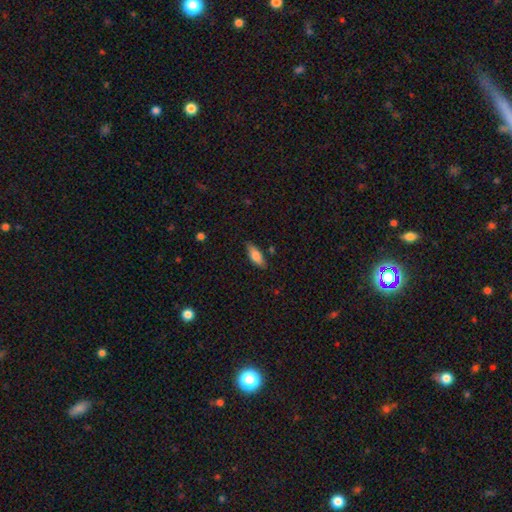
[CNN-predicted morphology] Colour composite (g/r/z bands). It shows a smooth galaxy with no disk features (75%) that is in between round and cigar-shaped (66%). Merging: none (80%).